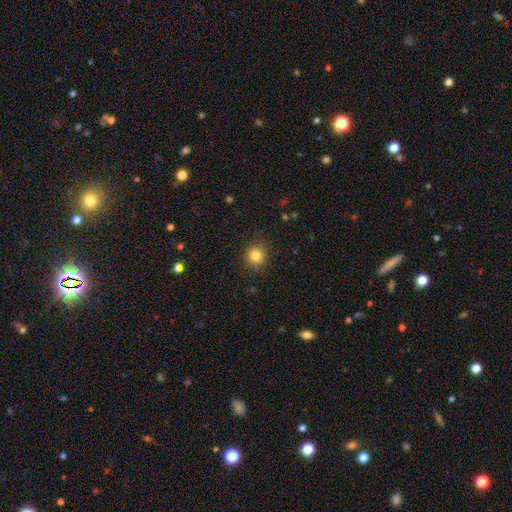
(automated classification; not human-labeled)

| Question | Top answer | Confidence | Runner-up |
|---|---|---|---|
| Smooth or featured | smooth | 83% | star or artifact (11%) |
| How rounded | round | 89% | in between (10%) |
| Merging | none | 89% | minor disturbance (8%) |